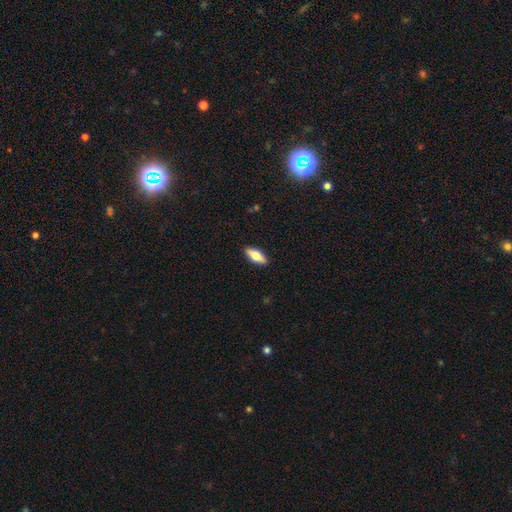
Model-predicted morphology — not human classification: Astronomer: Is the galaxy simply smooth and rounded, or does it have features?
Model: smooth — 66%.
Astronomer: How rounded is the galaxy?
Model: in between — 67%.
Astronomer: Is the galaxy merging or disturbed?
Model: none — 90%.